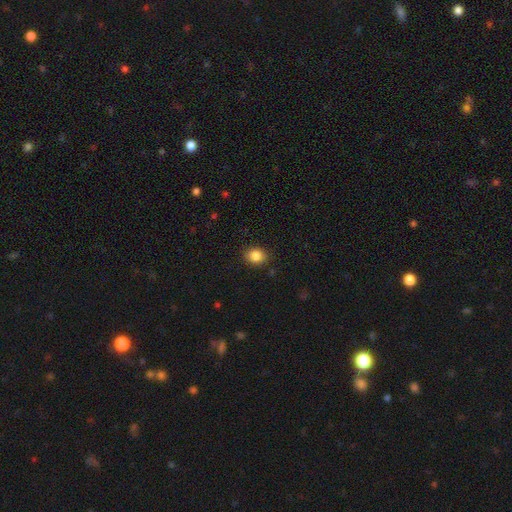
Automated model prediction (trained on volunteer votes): Smooth or featured: smooth — 85% (star or artifact — 10%)
How rounded: round — 61% (in between — 38%)
Merging: none — 87% (minor disturbance — 9%)